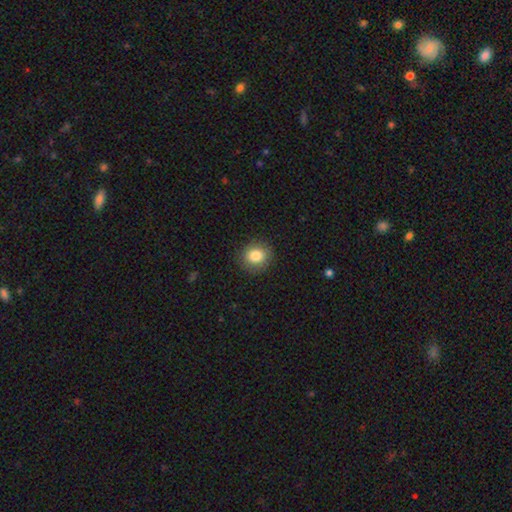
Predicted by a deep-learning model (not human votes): This appears to be a smooth galaxy with no disk features (83%) that is round (83%). Merging: none (89%).